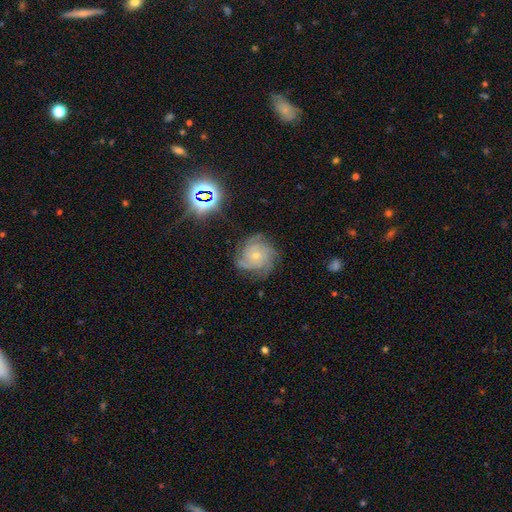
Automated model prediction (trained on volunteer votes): Q: Smooth or featured?
A: featured or disk (77%); runner-up: smooth (13%)
Q: Edge-on disk?
A: no (98%); runner-up: yes (2%)
Q: Bar?
A: no (80%); runner-up: weak (17%)
Q: Spiral arms?
A: yes (96%); runner-up: no (4%)
Q: Spiral winding?
A: tight (61%); runner-up: medium (32%)
Q: Spiral arm count?
A: 3 (27%); tied with: 4 (27%)
Q: Bulge size?
A: small (66%); runner-up: moderate (29%)
Q: Merging?
A: none (72%); runner-up: minor disturbance (19%)